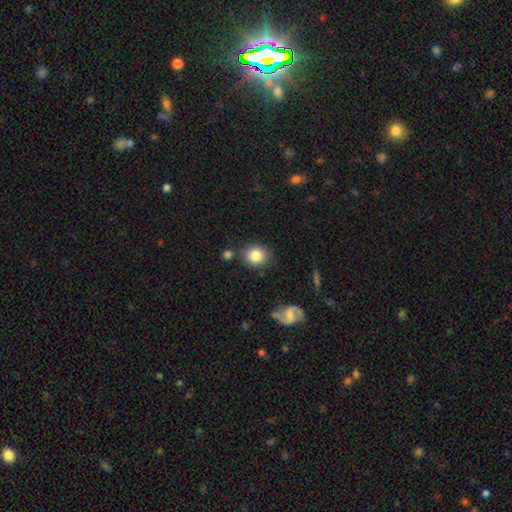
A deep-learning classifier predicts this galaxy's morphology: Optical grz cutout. It shows a smooth galaxy with no disk features (83%) that is round (79%). Merging: none (79%).